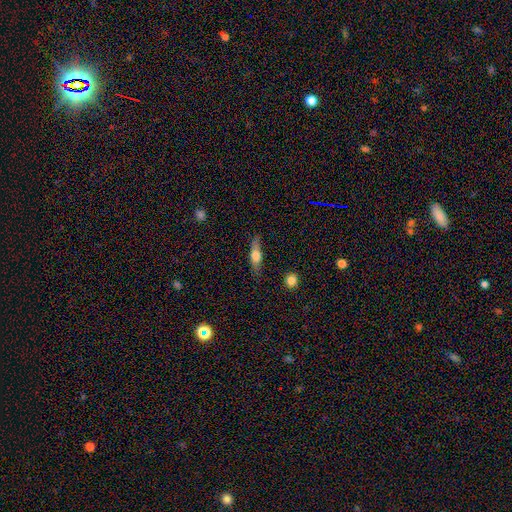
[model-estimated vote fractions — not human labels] This appears to be a smooth galaxy with no disk features (56%) that is cigar-shaped (58%). Merging: none (76%).